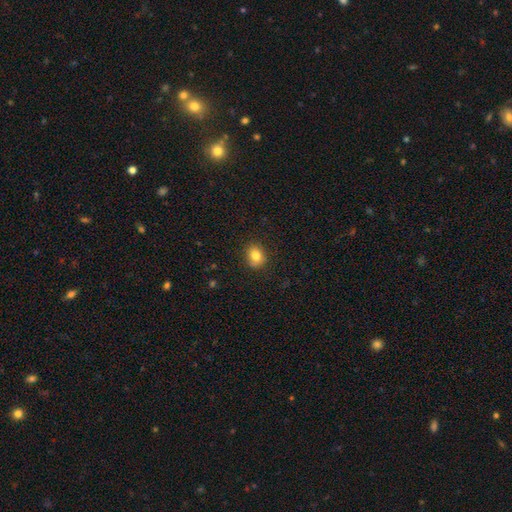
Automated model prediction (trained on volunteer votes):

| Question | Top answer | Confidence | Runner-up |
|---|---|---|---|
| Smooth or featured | smooth | 82% | star or artifact (10%) |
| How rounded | round | 56% | in between (43%) |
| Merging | none | 82% | minor disturbance (14%) |